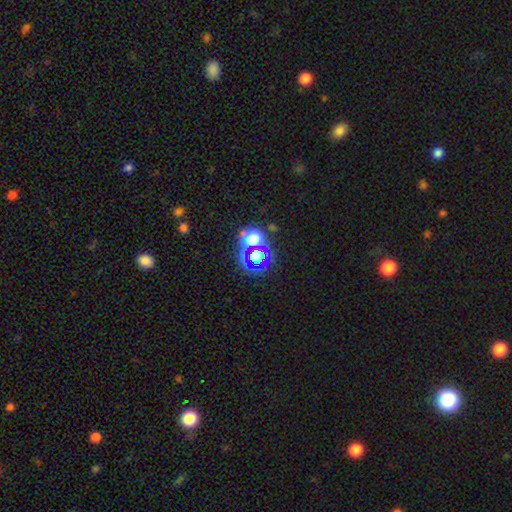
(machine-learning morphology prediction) Overall: star or artifact (58%; smooth 31%).